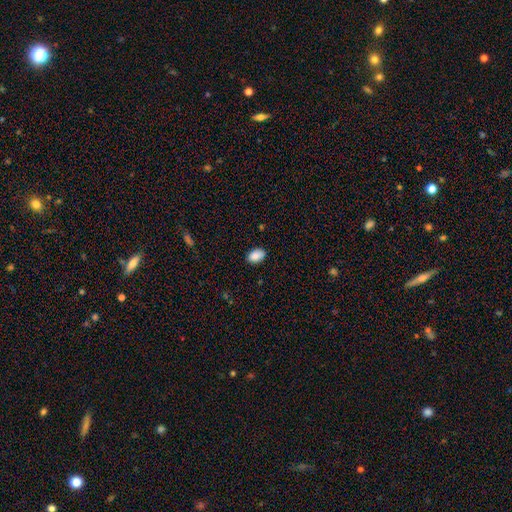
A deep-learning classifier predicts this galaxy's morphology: Q: Smooth or featured?
A: smooth (88%); runner-up: star or artifact (8%)
Q: How rounded?
A: in between (88%); runner-up: round (11%)
Q: Merging?
A: none (84%); runner-up: minor disturbance (13%)